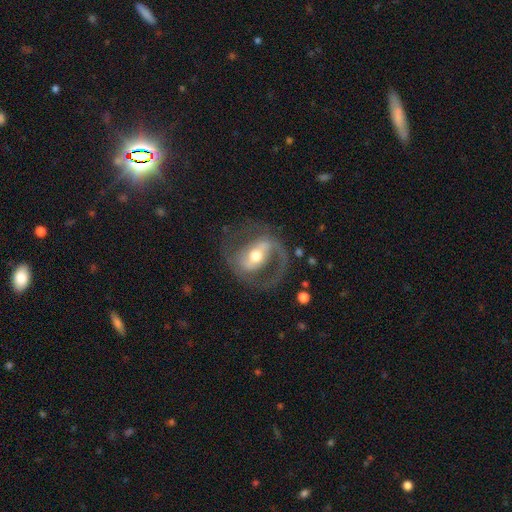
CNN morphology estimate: Smooth or featured: featured or disk — 85% (smooth — 9%)
Edge-on disk: no — 96% (yes — 4%)
Bar: strong — 47% (weak — 35%)
Spiral arms: yes — 90% (no — 10%)
Spiral winding: medium — 55% (tight — 23%)
Spiral arm count: 2 — 77% (1 — 15%)
Bulge size: moderate — 69% (small — 19%)
Merging: none — 67% (major disturbance — 16%)